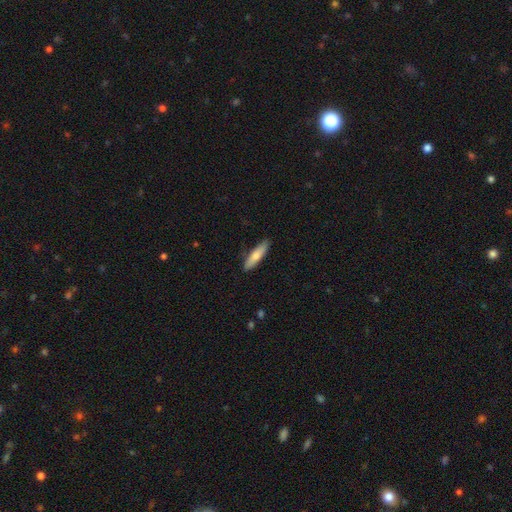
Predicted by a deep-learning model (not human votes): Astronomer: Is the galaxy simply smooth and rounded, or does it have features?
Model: smooth — 74%.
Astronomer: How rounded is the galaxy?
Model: cigar-shaped — 75%.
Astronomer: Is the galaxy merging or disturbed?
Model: none — 88%.